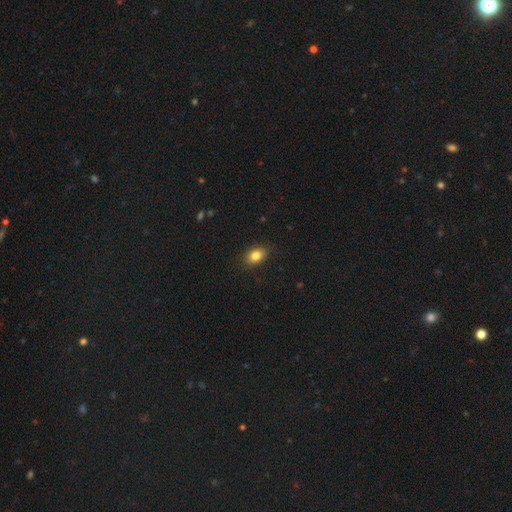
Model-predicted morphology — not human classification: Smooth or featured: smooth — 83% (star or artifact — 9%)
How rounded: in between — 79% (round — 19%)
Merging: none — 85% (minor disturbance — 11%)